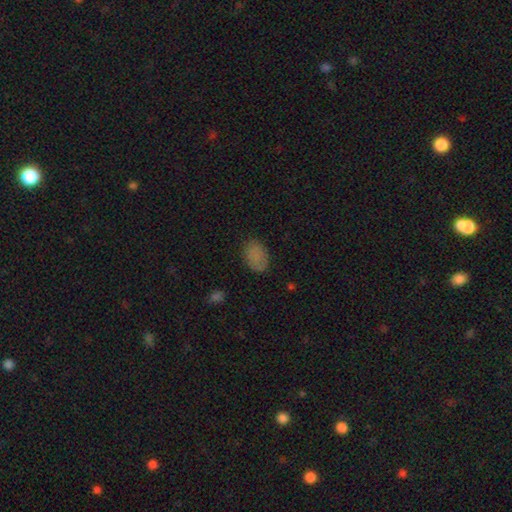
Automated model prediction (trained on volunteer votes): Q: Smooth or featured?
A: smooth (82%); runner-up: star or artifact (12%)
Q: How rounded?
A: in between (84%); runner-up: round (15%)
Q: Merging?
A: none (80%); runner-up: minor disturbance (15%)